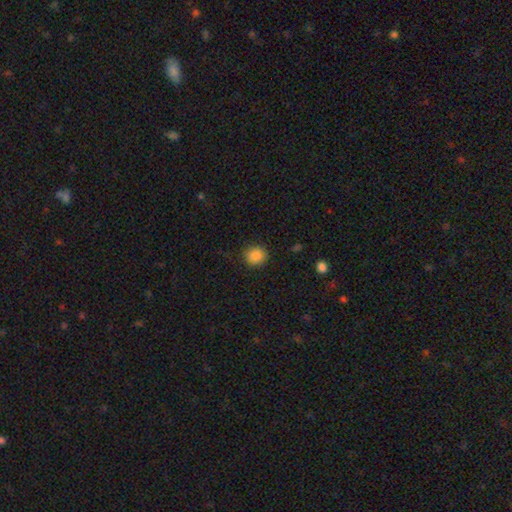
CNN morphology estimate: smooth-or-featured: smooth: 87% | star or artifact: 9% | featured or disk: 4%
  how-rounded: round: 82% | in between: 17% | cigar-shaped: 1%
  merging: none: 87% | minor disturbance: 9% | major disturbance: 3% | merger: 1%